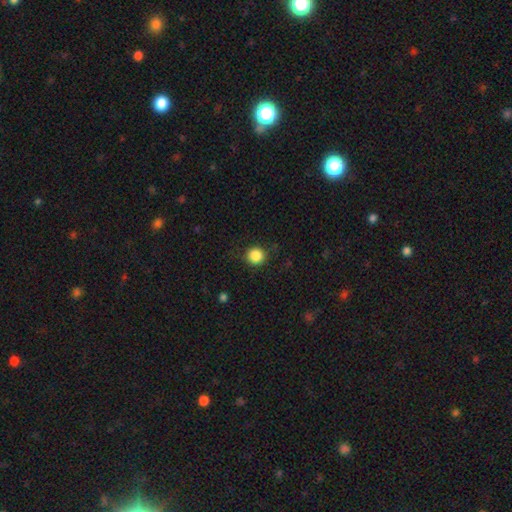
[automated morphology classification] A smooth galaxy with no disk features (86%) that is round (91%).

Vote fractions:
- Smooth or featured? smooth: 86% / star or artifact: 10% / featured or disk: 4%
- How rounded? round: 91% / in between: 8% / cigar-shaped: 1%
- Merging? none: 86% / minor disturbance: 10% / major disturbance: 3% / merger: 1%